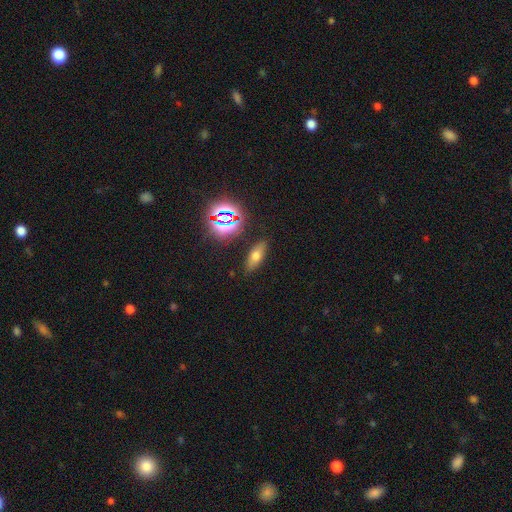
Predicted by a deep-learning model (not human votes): Smooth or featured? smooth (58%)
How rounded? in between (66%)
Merging? none (85%)